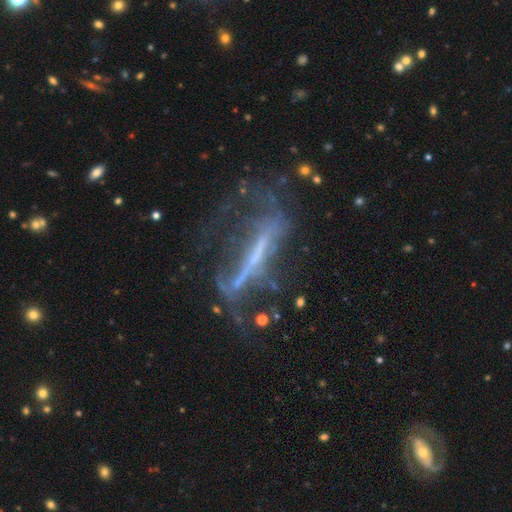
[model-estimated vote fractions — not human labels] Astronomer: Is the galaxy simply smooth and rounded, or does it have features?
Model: featured or disk — 73%.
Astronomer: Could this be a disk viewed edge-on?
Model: no — 55% (runner-up: yes, 45%).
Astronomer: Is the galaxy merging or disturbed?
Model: none — 41% (runner-up: major disturbance, 33%).